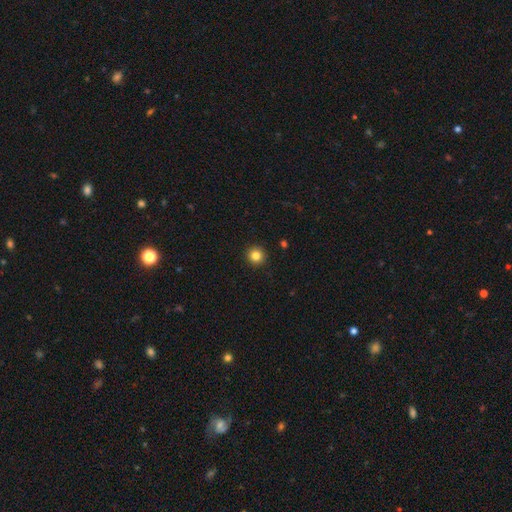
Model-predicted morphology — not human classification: Q: Smooth or featured?
A: smooth (83%); runner-up: star or artifact (11%)
Q: How rounded?
A: round (95%); runner-up: in between (4%)
Q: Merging?
A: none (93%); runner-up: minor disturbance (4%)